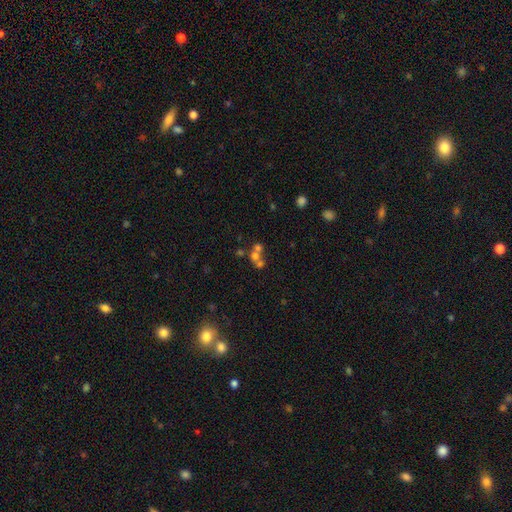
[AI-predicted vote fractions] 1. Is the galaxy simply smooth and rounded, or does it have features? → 51% smooth, 26% star or artifact, 23% featured or disk.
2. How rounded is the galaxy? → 79% round, 20% in between, 1% cigar-shaped.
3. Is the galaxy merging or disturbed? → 52% merger, 37% none, 6% minor disturbance, 5% major disturbance.